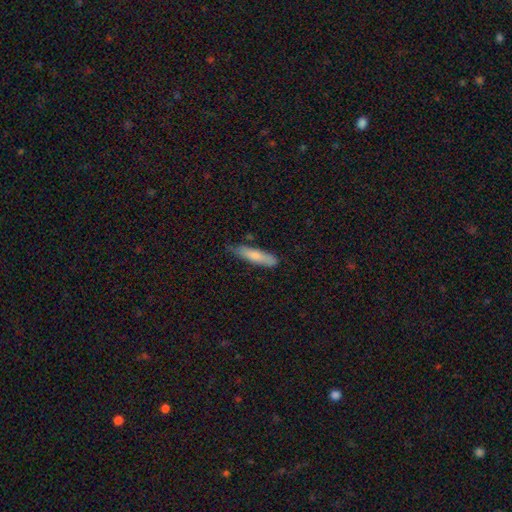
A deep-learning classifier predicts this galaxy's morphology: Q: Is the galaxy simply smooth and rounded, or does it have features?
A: smooth — 73%.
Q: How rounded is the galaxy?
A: cigar-shaped — 80%.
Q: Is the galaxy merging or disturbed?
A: none — 71%.